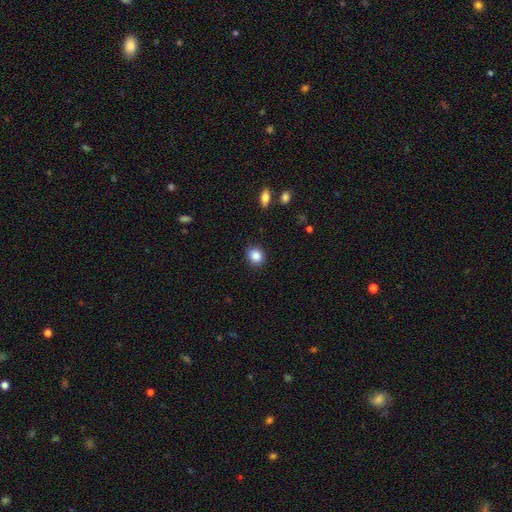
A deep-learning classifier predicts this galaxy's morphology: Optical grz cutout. It shows a smooth galaxy with no disk features (87%) that is round (69%). Merging: none (87%).